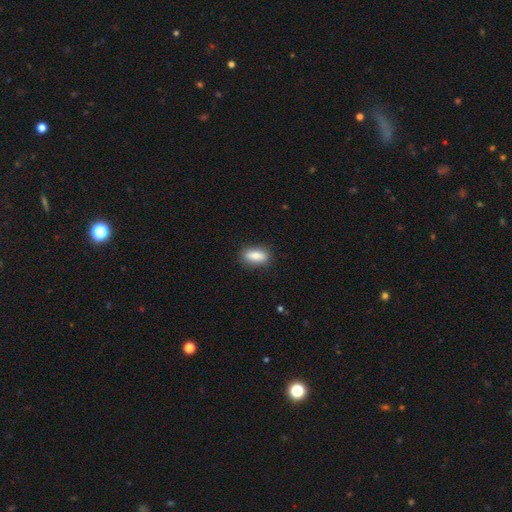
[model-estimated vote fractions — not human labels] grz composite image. It shows a smooth galaxy with no disk features (86%) that is in between round and cigar-shaped (79%). Merging: none (85%).